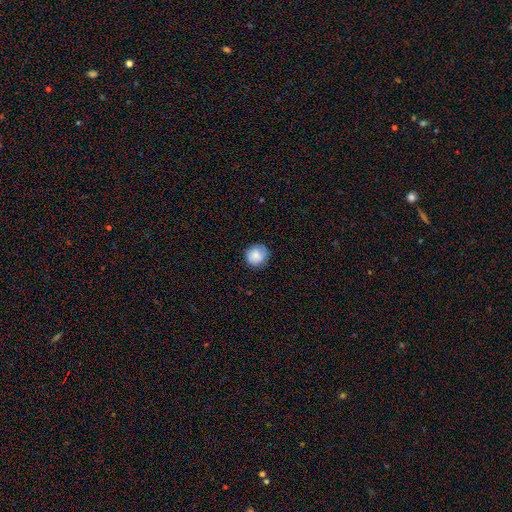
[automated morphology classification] The model was most divided on "merging": none: 83%, minor disturbance: 13%, major disturbance: 3%, merger: 1%. More confident: how rounded — round (91%); smooth or featured — smooth (83%).